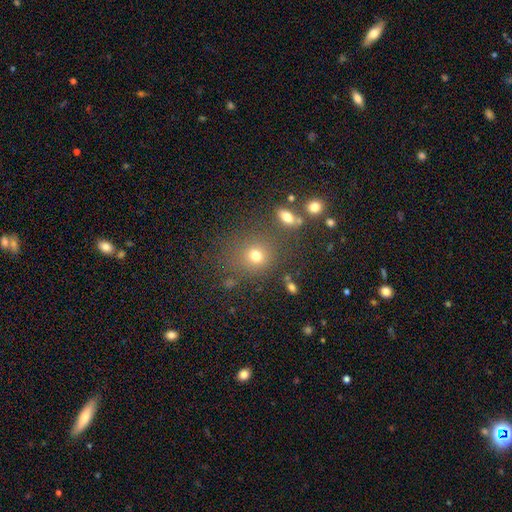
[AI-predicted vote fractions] Smooth or featured? Predicted: smooth (p=0.71). How rounded? Predicted: round (p=0.76). Merging? Predicted: none (p=0.71).